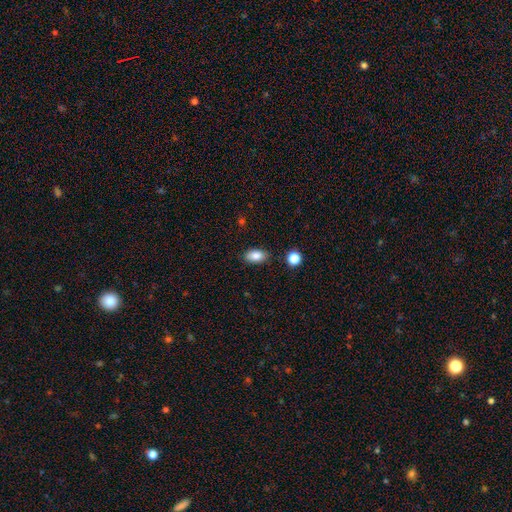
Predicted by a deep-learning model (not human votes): Smooth or featured?
  - smooth: 85% *
  - star or artifact: 8%
  - featured or disk: 6%
How rounded?
  - in between: 91% *
  - round: 7%
  - cigar-shaped: 2%
Merging?
  - none: 86% *
  - minor disturbance: 10%
  - major disturbance: 2%
  - merger: 2%